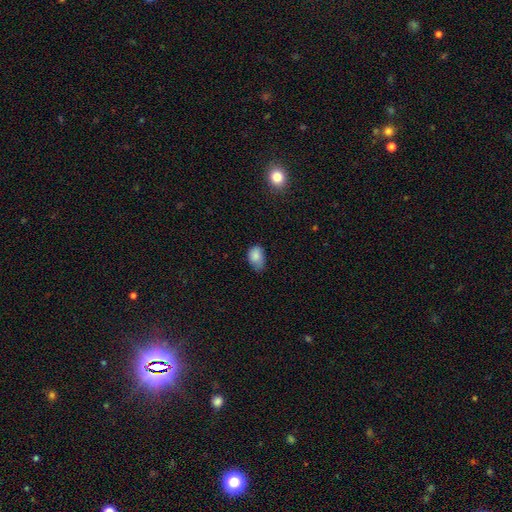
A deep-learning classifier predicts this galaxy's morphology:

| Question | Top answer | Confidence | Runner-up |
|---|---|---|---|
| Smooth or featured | smooth | 85% | star or artifact (9%) |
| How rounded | in between | 84% | round (15%) |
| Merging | none | 45% | minor disturbance (44%) |